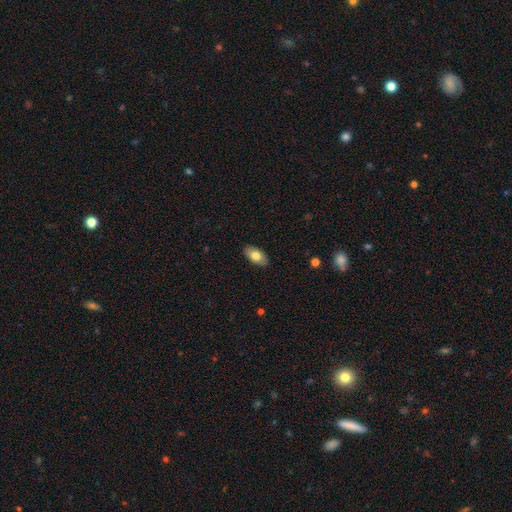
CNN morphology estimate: Smooth or featured? smooth (77%)
How rounded? in between (94%)
Merging? none (88%)